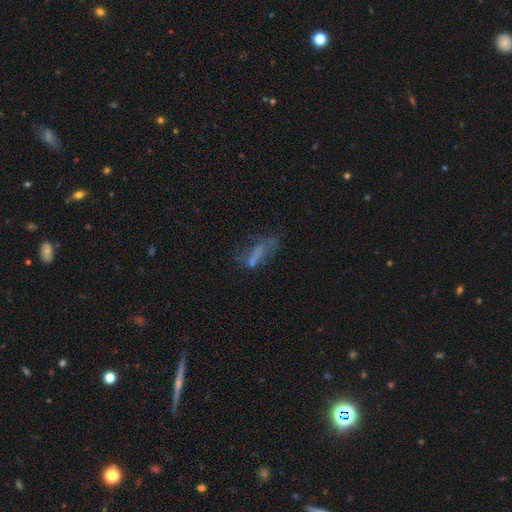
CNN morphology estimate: smooth-or-featured: smooth: 50% | featured or disk: 32% | star or artifact: 18%
  merging: none: 35% | major disturbance: 34% | minor disturbance: 22% | merger: 8%